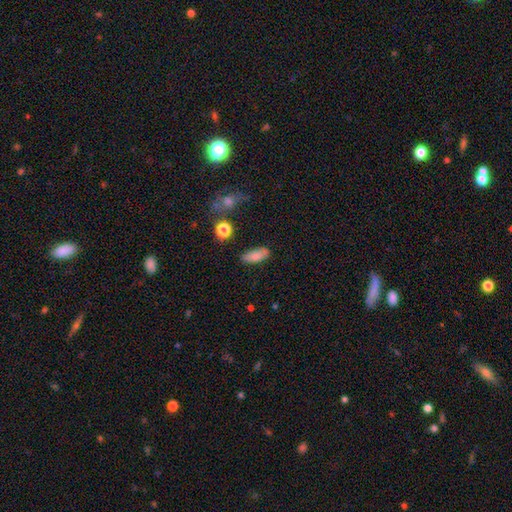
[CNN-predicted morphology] Q: Smooth or featured?
A: smooth (84%); runner-up: star or artifact (8%)
Q: How rounded?
A: in between (72%); runner-up: cigar-shaped (24%)
Q: Merging?
A: none (81%); runner-up: minor disturbance (13%)